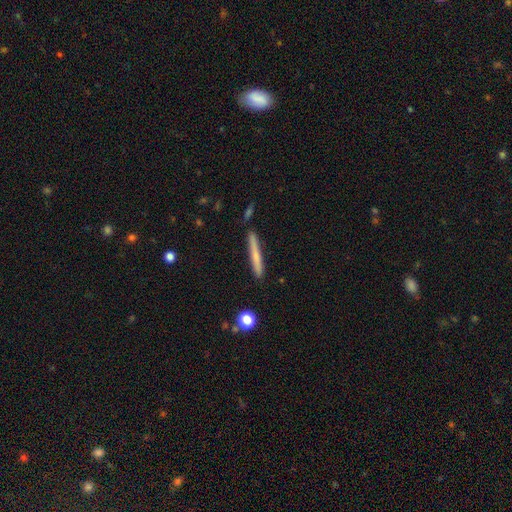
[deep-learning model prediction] smooth 63%, featured or disk 31%, star or artifact 7%. Down the decision tree: how rounded — cigar-shaped (96%); merging — none (85%).